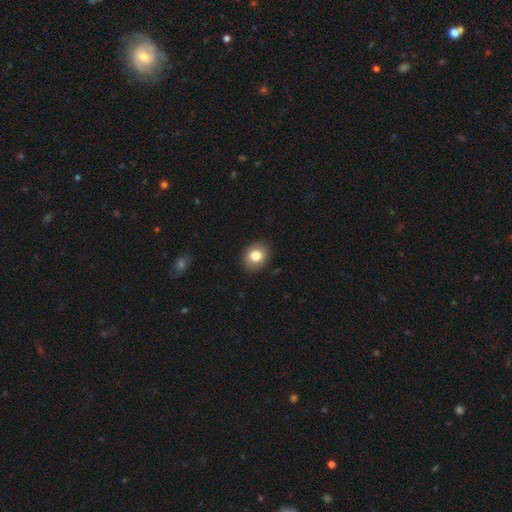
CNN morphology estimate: Smooth or featured?
  - smooth: 81% *
  - featured or disk: 10%
  - star or artifact: 9%
How rounded?
  - round: 58% *
  - in between: 41%
  - cigar-shaped: 1%
Merging?
  - none: 89% *
  - minor disturbance: 8%
  - major disturbance: 2%
  - merger: 1%